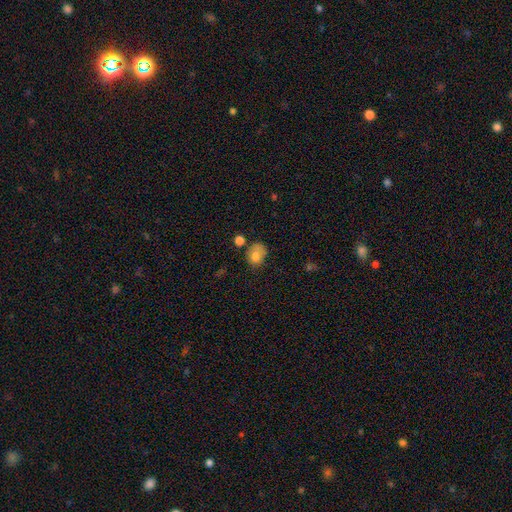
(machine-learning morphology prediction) A smooth galaxy with no disk features (77%) that is in between round and cigar-shaped (60%).

Vote fractions:
- Smooth or featured? smooth: 77% / featured or disk: 13% / star or artifact: 11%
- How rounded? in between: 60% / round: 39% / cigar-shaped: 1%
- Merging? none: 44% / minor disturbance: 29% / major disturbance: 16% / merger: 12%